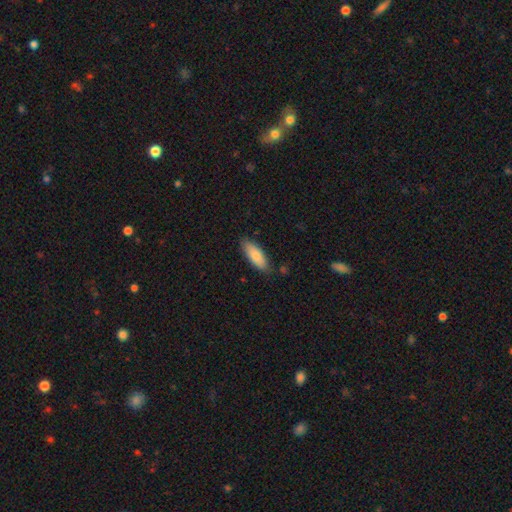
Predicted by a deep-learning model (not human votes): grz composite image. It shows a smooth galaxy with no disk features (84%) that is in between round and cigar-shaped (69%). Merging: none (81%).